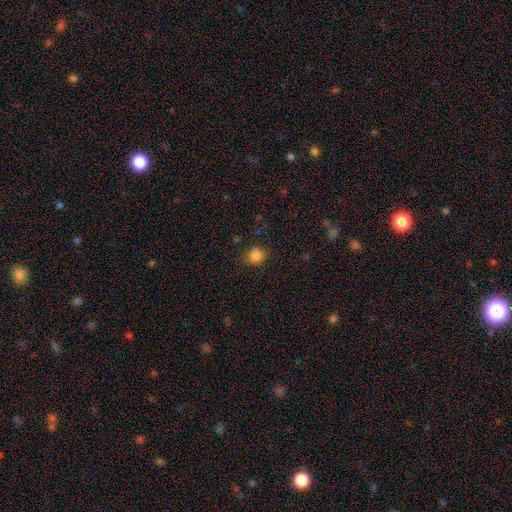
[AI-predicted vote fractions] Smooth or featured?
  - smooth: 83% *
  - star or artifact: 12%
  - featured or disk: 5%
How rounded?
  - round: 78% *
  - in between: 21%
  - cigar-shaped: 1%
Merging?
  - none: 77% *
  - minor disturbance: 17%
  - major disturbance: 4%
  - merger: 2%